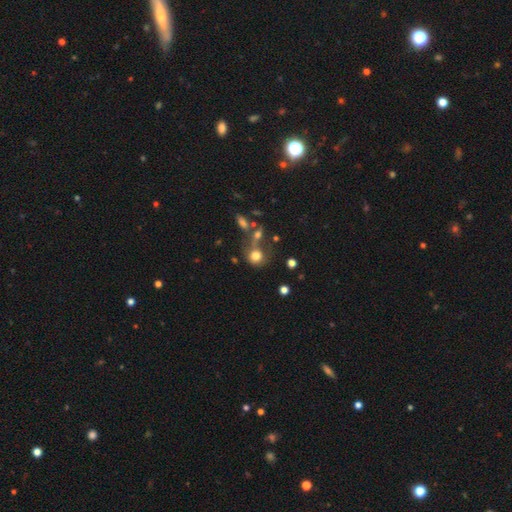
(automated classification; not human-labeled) Overall: smooth (75%). How rounded: round (73%). Merging: none (36%; merger 33%).